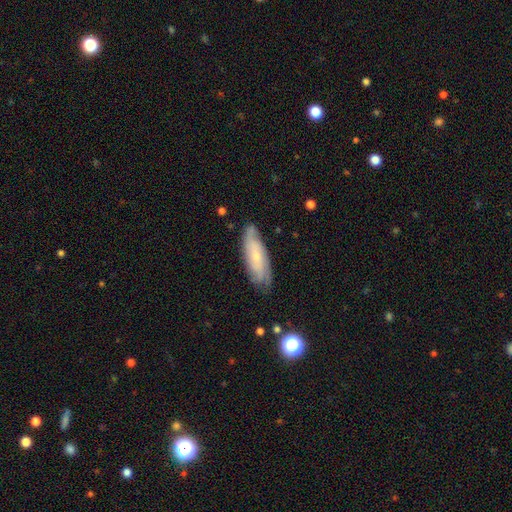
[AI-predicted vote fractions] smooth_or_featured: featured or disk (p=0.59) [alt: smooth p=0.34]
disk_edge_on: no (p=0.79) [alt: yes p=0.21]
merging: none (p=0.76) [alt: minor disturbance p=0.19]